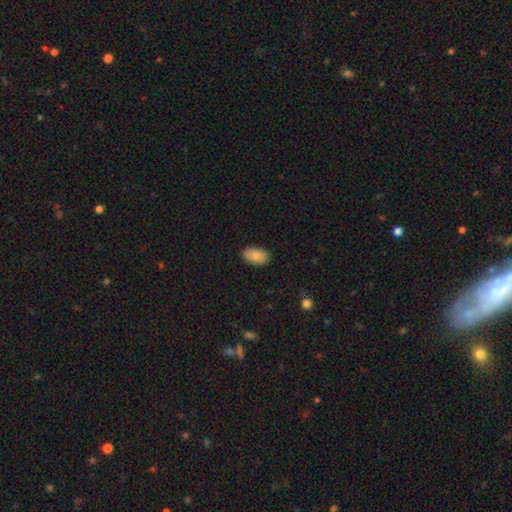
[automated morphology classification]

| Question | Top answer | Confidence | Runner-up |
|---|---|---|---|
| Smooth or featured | smooth | 86% | featured or disk (8%) |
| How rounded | in between | 93% | round (5%) |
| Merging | none | 87% | minor disturbance (10%) |